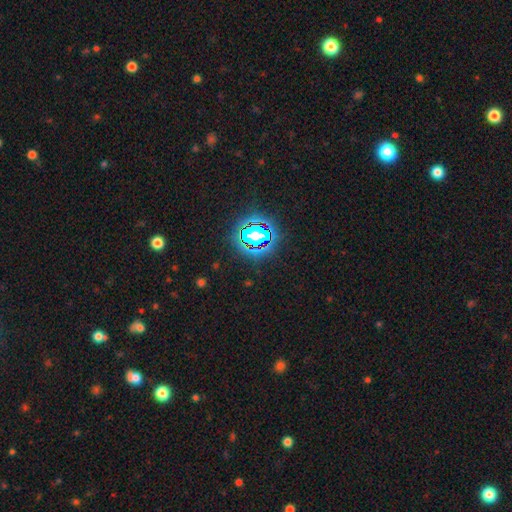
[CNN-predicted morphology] Smooth or featured? Predicted: star or artifact (p=0.82).